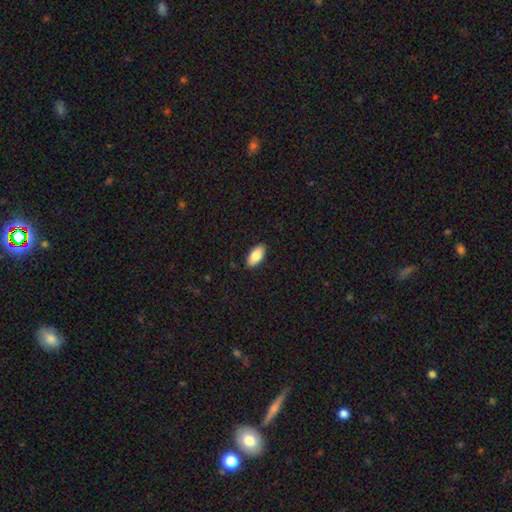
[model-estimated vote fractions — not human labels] Q: Smooth or featured?
A: smooth (86%); runner-up: featured or disk (8%)
Q: How rounded?
A: in between (91%); runner-up: cigar-shaped (7%)
Q: Merging?
A: none (89%); runner-up: minor disturbance (8%)